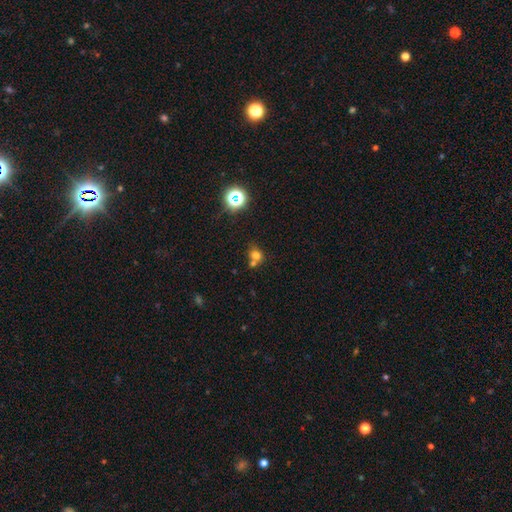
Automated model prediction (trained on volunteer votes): This appears to be a smooth galaxy with no disk features (69%) that is round (73%). Merging: none (48%).